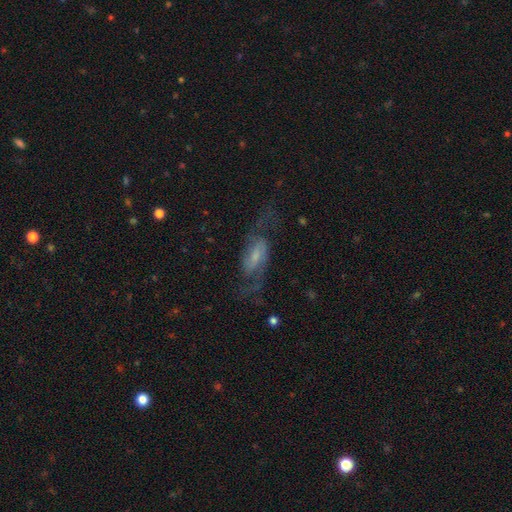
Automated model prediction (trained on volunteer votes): featured or disk 78%, smooth 14%, star or artifact 7%. Down the decision tree: edge-on disk — no (94%); bar — weak (49%); spiral arms — yes (93%); spiral arm count — 2 (88%); spiral winding — medium (46%); bulge size — small (47%); merging — none (63%).